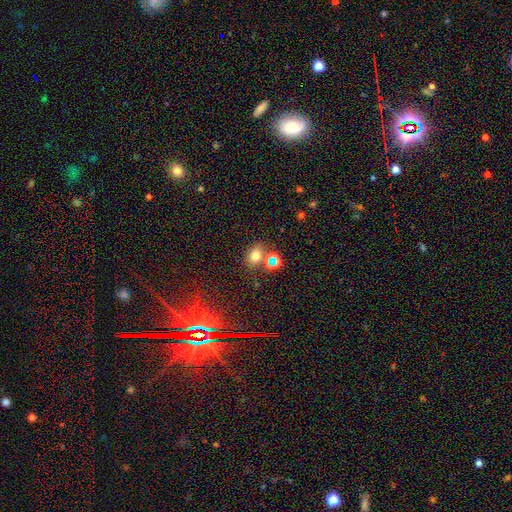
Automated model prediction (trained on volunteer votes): smooth_or_featured: smooth (p=0.70) [alt: star or artifact p=0.20]
how_rounded: in between (p=0.55) [alt: round p=0.44]
merging: none (p=0.67) [alt: merger p=0.18]